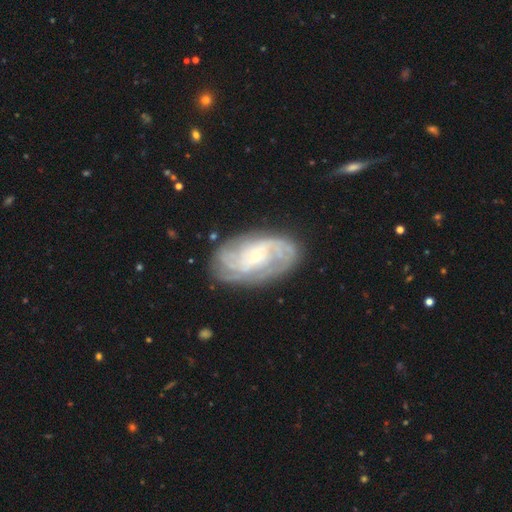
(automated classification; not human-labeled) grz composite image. It shows a featured or disk galaxy (84%) with no bar (66%), tight (58%) spiral arms (95%) and a small central bulge (79%). Merging: none (76%).